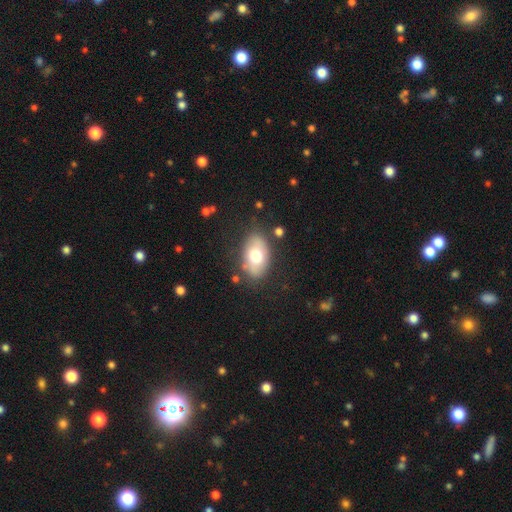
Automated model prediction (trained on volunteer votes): smooth_or_featured: smooth (p=0.67) [alt: featured or disk p=0.25]
how_rounded: in between (p=0.89) [alt: round p=0.09]
merging: none (p=0.78) [alt: minor disturbance p=0.15]